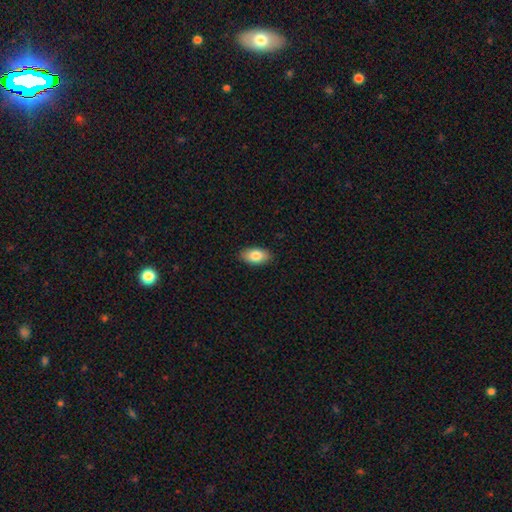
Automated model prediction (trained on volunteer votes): Morphology: type=smooth (84%); roundness=in between (93%); merging=none (89%).